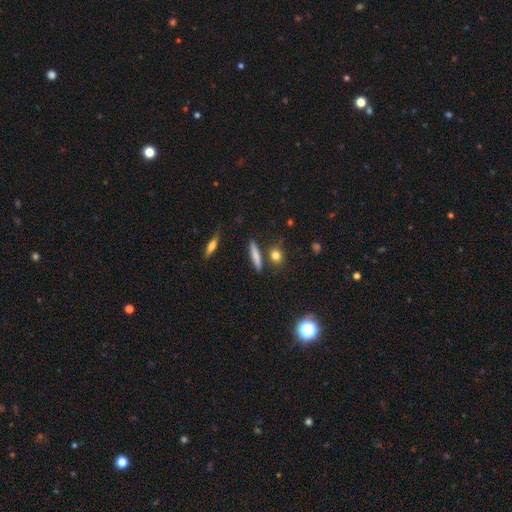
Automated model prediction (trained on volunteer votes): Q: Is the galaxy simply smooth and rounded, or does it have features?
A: smooth — 72%.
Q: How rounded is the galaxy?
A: cigar-shaped — 74%.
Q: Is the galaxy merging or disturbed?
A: none — 82%.